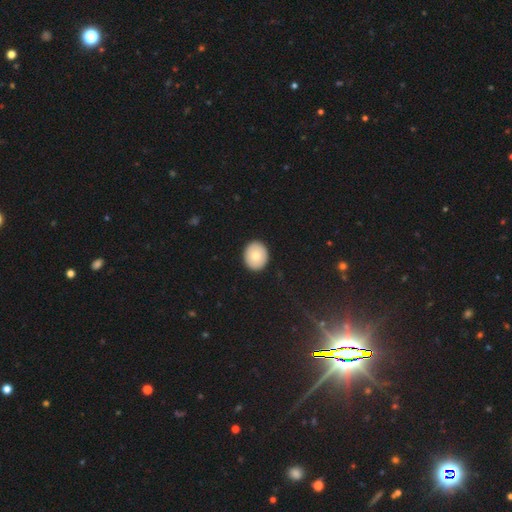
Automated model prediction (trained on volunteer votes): Smooth or featured? smooth (77%)
How rounded? round (66%)
Merging? none (92%)